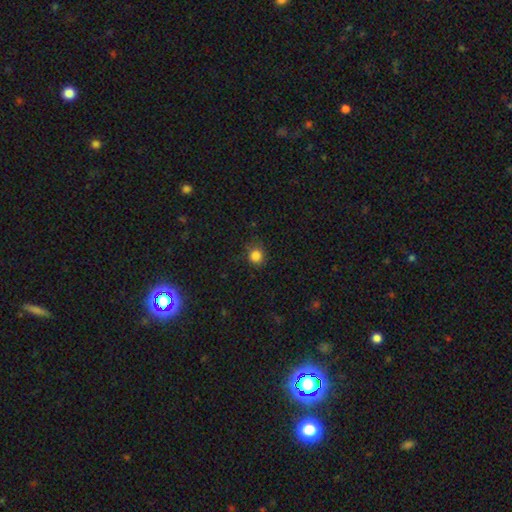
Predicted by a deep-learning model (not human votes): Smooth or featured: smooth — 84% (star or artifact — 12%)
How rounded: round — 84% (in between — 15%)
Merging: none — 82% (minor disturbance — 14%)